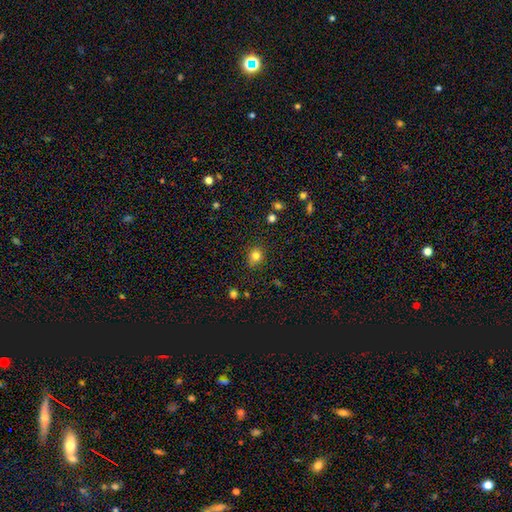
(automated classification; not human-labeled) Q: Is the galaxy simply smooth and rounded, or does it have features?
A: smooth — 81%.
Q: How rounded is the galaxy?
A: round — 63%.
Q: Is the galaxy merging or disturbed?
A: none — 83%.